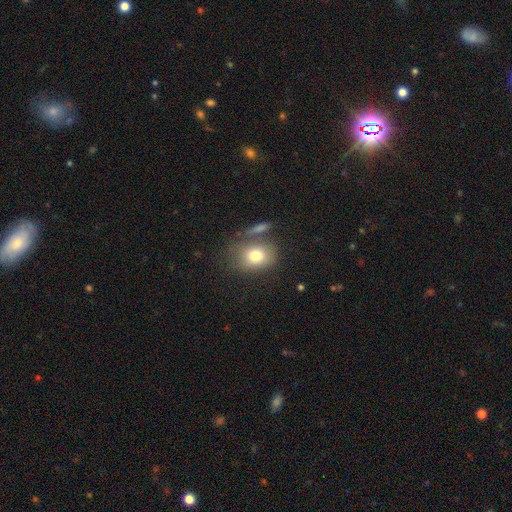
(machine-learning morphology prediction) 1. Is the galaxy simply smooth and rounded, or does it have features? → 76% smooth, 14% featured or disk, 10% star or artifact.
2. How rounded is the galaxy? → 53% in between, 45% round, 1% cigar-shaped.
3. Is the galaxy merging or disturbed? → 61% none, 18% minor disturbance, 13% merger, 8% major disturbance.